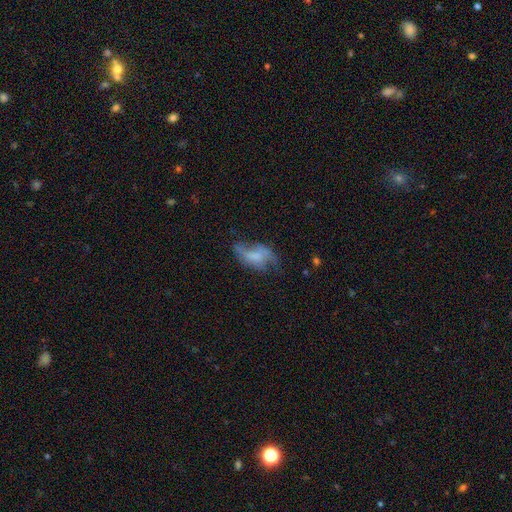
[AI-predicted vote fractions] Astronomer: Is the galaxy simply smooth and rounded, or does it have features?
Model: featured or disk — 49% (runner-up: smooth, 41%).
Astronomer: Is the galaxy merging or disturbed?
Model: none — 38% (runner-up: major disturbance, 29%).